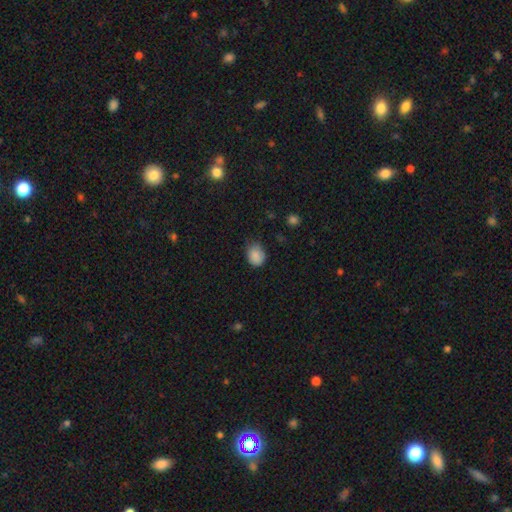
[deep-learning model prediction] smooth 86%, star or artifact 9%, featured or disk 5%. Down the decision tree: how rounded — round (51%); merging — none (61%).